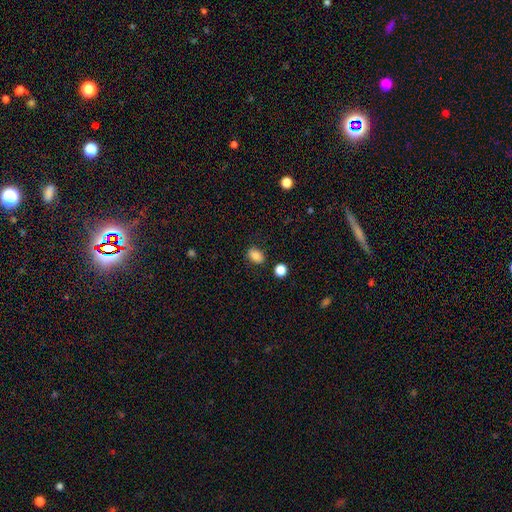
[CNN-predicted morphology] A smooth galaxy with no disk features (84%) that is in between round and cigar-shaped (76%).

Vote fractions:
- Smooth or featured? smooth: 84% / star or artifact: 10% / featured or disk: 6%
- How rounded? in between: 76% / round: 23% / cigar-shaped: 1%
- Merging? none: 81% / minor disturbance: 12% / merger: 3% / major disturbance: 3%